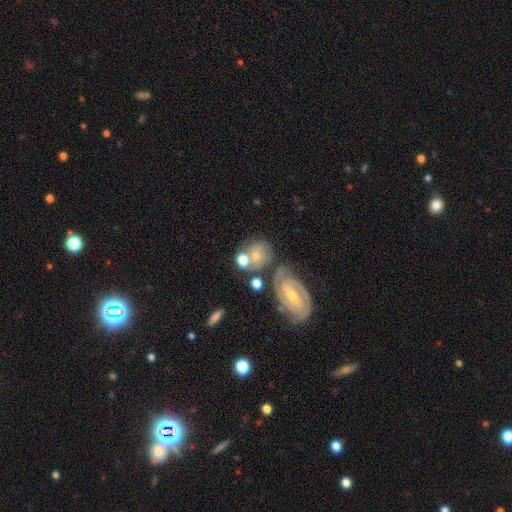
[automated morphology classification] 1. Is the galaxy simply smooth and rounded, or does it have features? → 51% featured or disk, 39% smooth, 10% star or artifact.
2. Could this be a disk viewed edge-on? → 95% no, 5% yes.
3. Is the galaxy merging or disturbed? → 43% none, 33% merger, 16% minor disturbance, 9% major disturbance.